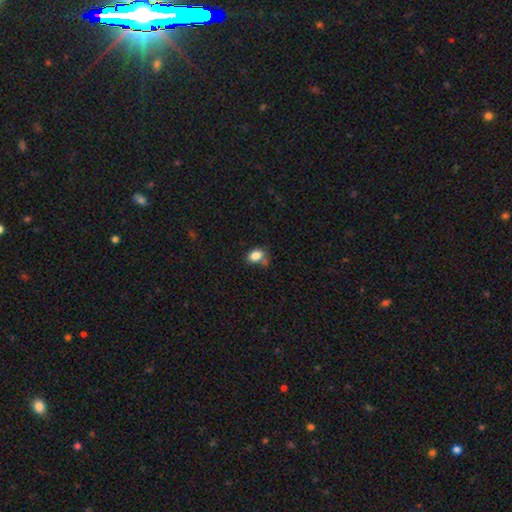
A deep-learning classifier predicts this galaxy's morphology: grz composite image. It shows a smooth galaxy with no disk features (84%) that is in between round and cigar-shaped (71%). Merging: none (58%).